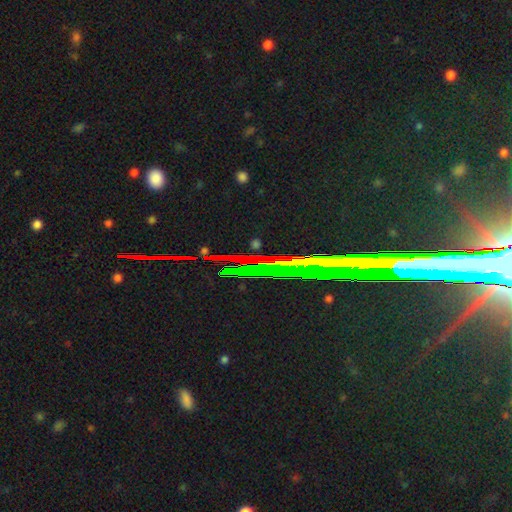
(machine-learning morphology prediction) This appears to be a star or artifact, not a galaxy (78%).